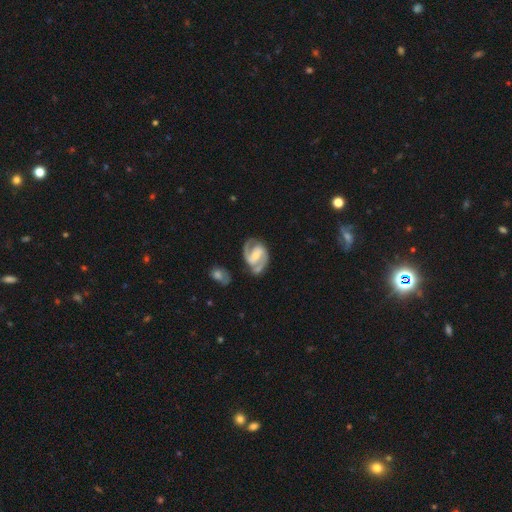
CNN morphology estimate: Overall: featured or disk (89%). Edge-on disk: no (98%). Bar: strong (41%, tied with weak). Spiral arms: yes (97%). Spiral arm count: 2 (92%). Spiral winding: medium (56%; tight 32%). Bulge size: small (47%; moderate 46%). Merging: none (71%).